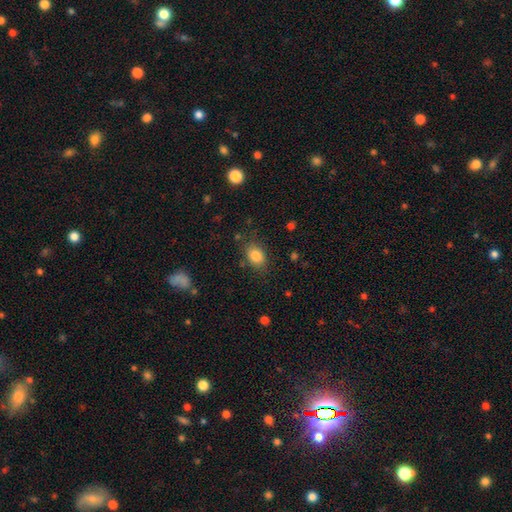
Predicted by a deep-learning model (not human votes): Smooth or featured?
  - smooth: 84% *
  - star or artifact: 10%
  - featured or disk: 7%
How rounded?
  - in between: 74% *
  - round: 25%
  - cigar-shaped: 1%
Merging?
  - none: 78% *
  - minor disturbance: 15%
  - major disturbance: 5%
  - merger: 3%